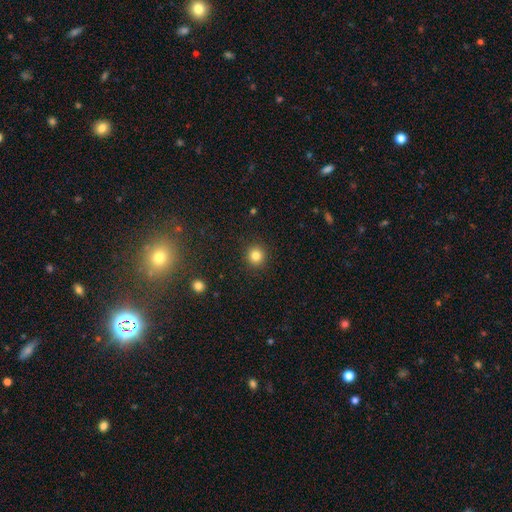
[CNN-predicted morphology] A smooth galaxy with no disk features (83%) that is round (93%).

Vote fractions:
- Smooth or featured? smooth: 83% / star or artifact: 12% / featured or disk: 6%
- How rounded? round: 93% / in between: 6% / cigar-shaped: 1%
- Merging? none: 92% / minor disturbance: 5% / major disturbance: 2% / merger: 1%